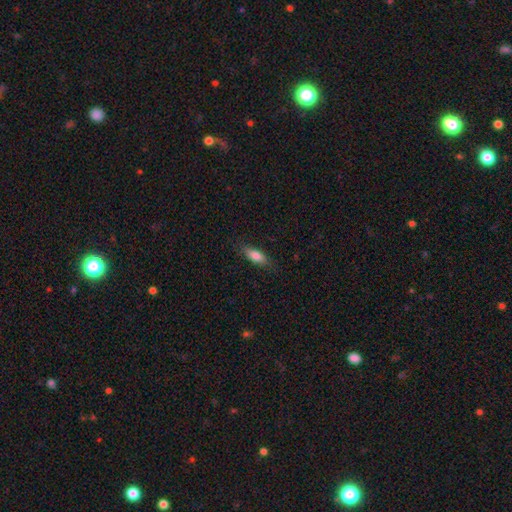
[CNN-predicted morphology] smooth 79%, featured or disk 14%, star or artifact 7%. Down the decision tree: how rounded — in between (67%); merging — none (81%).